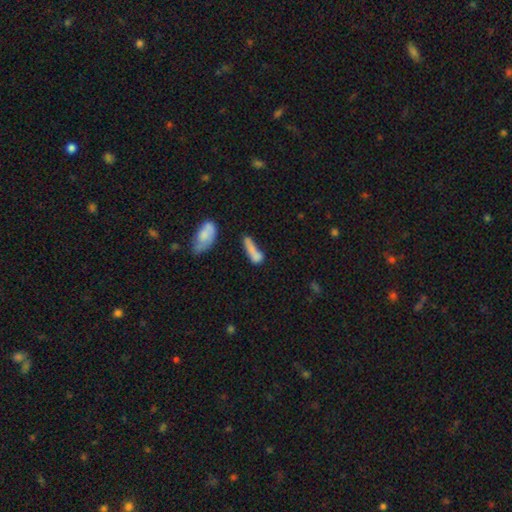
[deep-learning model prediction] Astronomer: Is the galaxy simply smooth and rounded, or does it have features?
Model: smooth — 70%.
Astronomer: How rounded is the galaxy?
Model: cigar-shaped — 58% (runner-up: in between, 38%).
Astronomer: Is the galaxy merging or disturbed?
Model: none — 32% (runner-up: merger, 29%).